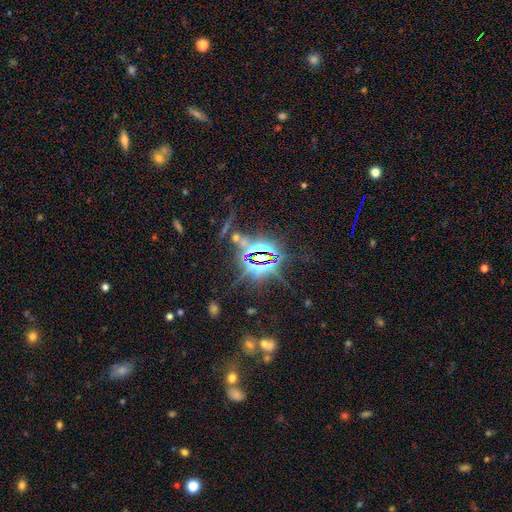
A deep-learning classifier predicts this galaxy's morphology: type=star or artifact (83%).